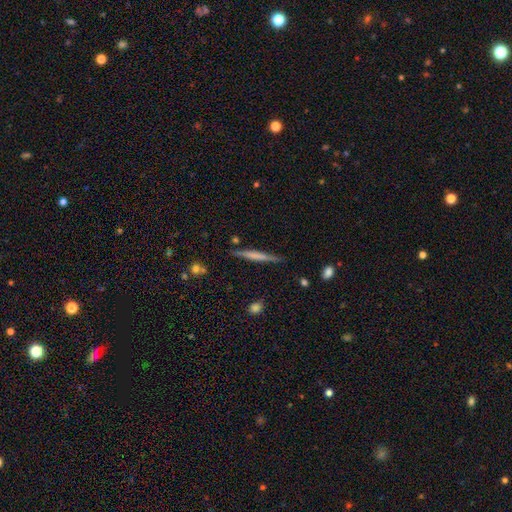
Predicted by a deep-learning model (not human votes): This is possibly a smooth galaxy (49%). Merging: clearly none (84%).